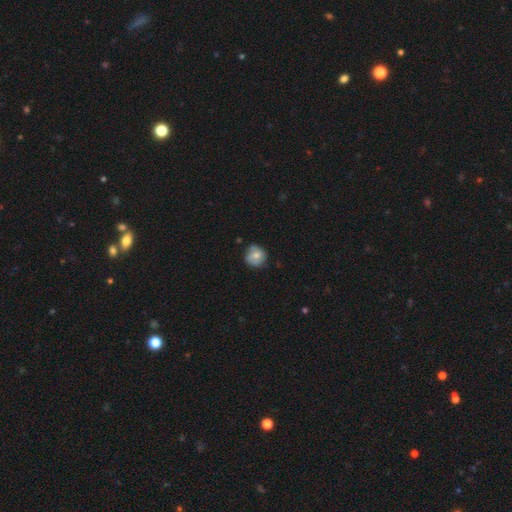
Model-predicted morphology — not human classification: smooth-or-featured: smooth: 57% | featured or disk: 35% | star or artifact: 8%
  how-rounded: round: 82% | in between: 17% | cigar-shaped: 1%
  merging: none: 63% | minor disturbance: 28% | major disturbance: 6% | merger: 3%